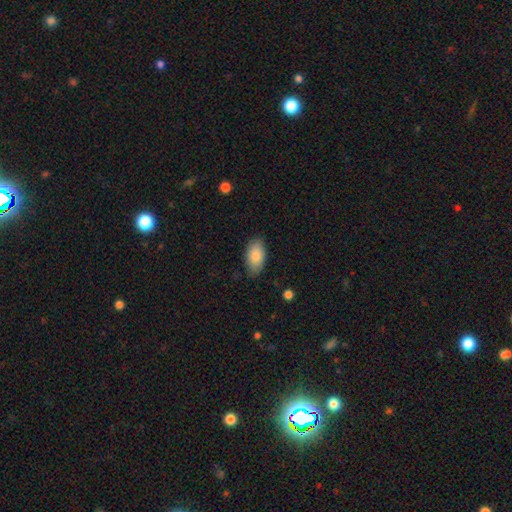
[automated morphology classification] Q: Smooth or featured?
A: smooth (84%); runner-up: featured or disk (9%)
Q: How rounded?
A: in between (94%); runner-up: round (4%)
Q: Merging?
A: none (82%); runner-up: minor disturbance (14%)